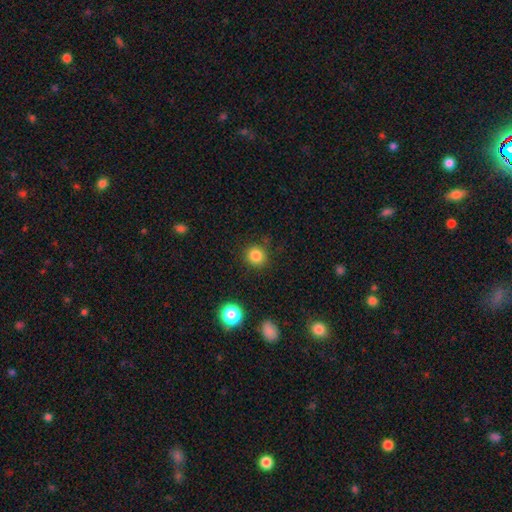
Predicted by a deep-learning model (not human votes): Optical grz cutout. It shows a smooth galaxy with no disk features (83%) that is round (90%). Merging: none (88%).